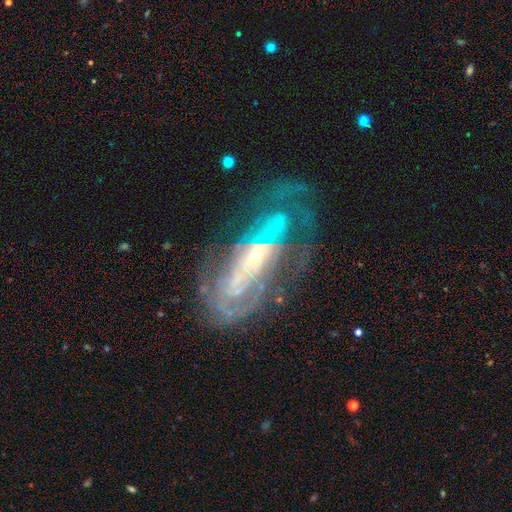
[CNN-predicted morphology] Smooth or featured: featured or disk — 80% (smooth — 12%)
Edge-on disk: no — 88% (yes — 12%)
Bar: no — 58% (weak — 24%)
Spiral arms: yes — 70% (no — 30%)
Bulge size: small — 69% (moderate — 24%)
Merging: none — 51% (major disturbance — 24%)